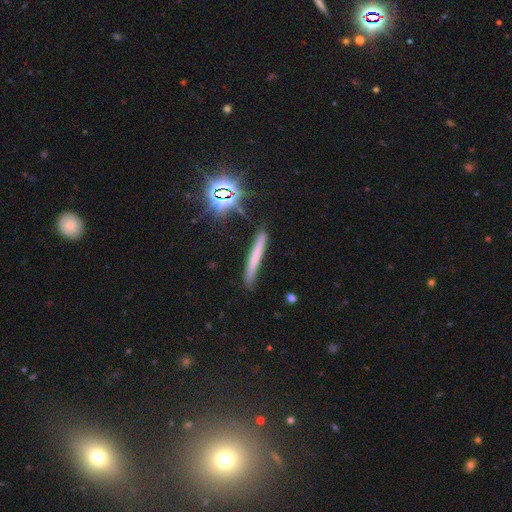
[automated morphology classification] Smooth or featured? Predicted: smooth (p=0.56). How rounded? Predicted: cigar-shaped (p=0.96). Merging? Predicted: none (p=0.86).